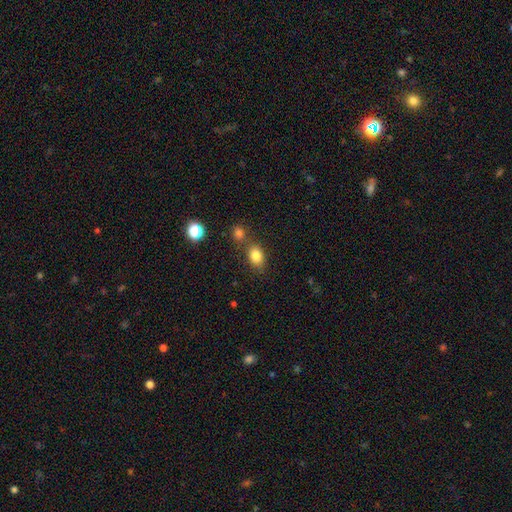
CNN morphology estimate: This is clearly a smooth galaxy (82%). How rounded: likely in between (69%). Merging: likely none (66%).